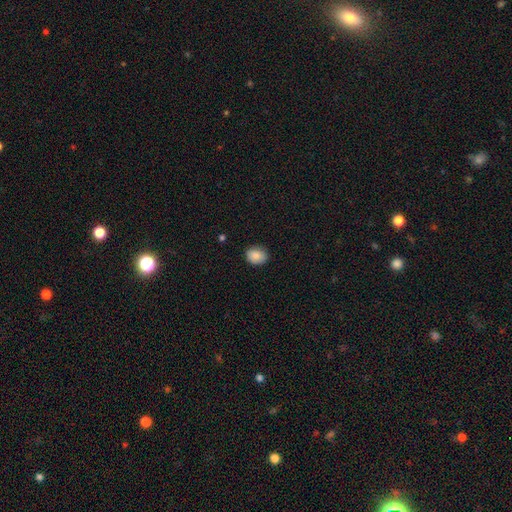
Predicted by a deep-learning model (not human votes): This appears to be a smooth galaxy with no disk features (88%) that is round (51%). Merging: none (82%).